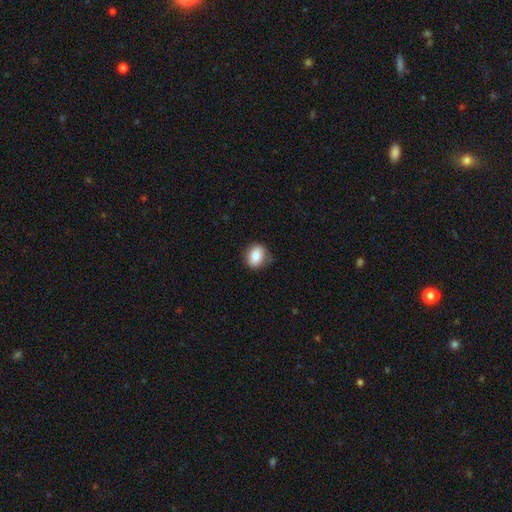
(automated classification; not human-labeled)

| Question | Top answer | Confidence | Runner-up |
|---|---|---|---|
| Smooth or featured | smooth | 82% | featured or disk (9%) |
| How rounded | round | 60% | in between (39%) |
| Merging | none | 79% | minor disturbance (16%) |